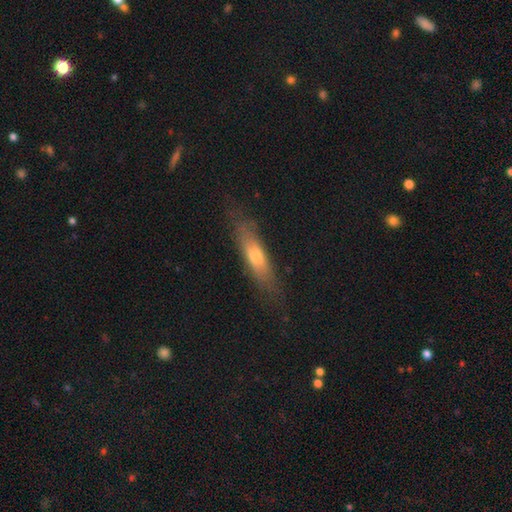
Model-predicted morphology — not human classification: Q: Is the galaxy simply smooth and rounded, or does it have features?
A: smooth — 57%.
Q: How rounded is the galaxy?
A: cigar-shaped — 67%.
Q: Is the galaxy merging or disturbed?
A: none — 75%.